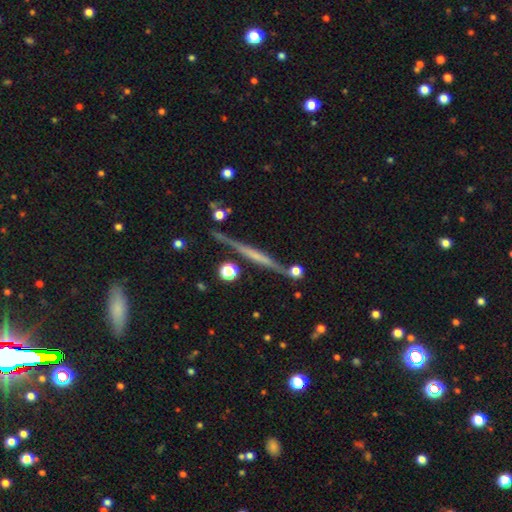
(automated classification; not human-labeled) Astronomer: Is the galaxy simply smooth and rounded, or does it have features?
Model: featured or disk — 68%.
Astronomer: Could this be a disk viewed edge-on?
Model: yes — 97%.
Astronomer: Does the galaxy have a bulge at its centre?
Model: none — 63%.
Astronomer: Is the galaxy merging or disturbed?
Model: none — 83%.